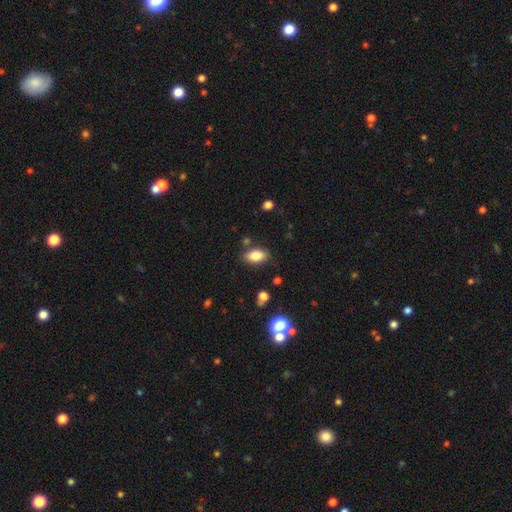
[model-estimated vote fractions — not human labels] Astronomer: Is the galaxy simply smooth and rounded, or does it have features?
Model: smooth — 82%.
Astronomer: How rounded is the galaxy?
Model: in between — 89%.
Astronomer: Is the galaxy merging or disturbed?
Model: none — 82%.